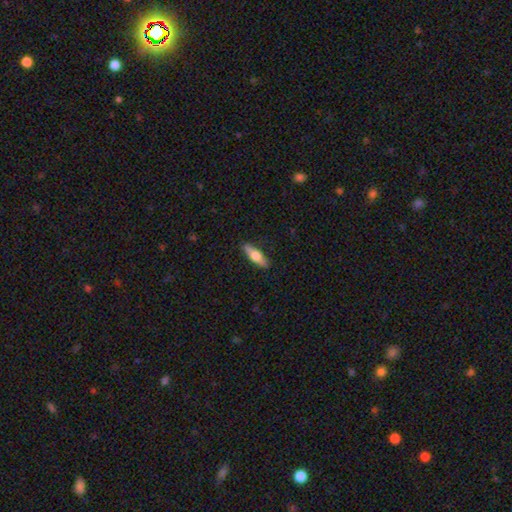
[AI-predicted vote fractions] smooth-or-featured: smooth: 53% | featured or disk: 42% | star or artifact: 5%
  how-rounded: cigar-shaped: 57% | in between: 40% | round: 3%
  merging: none: 89% | minor disturbance: 8% | major disturbance: 2% | merger: 1%